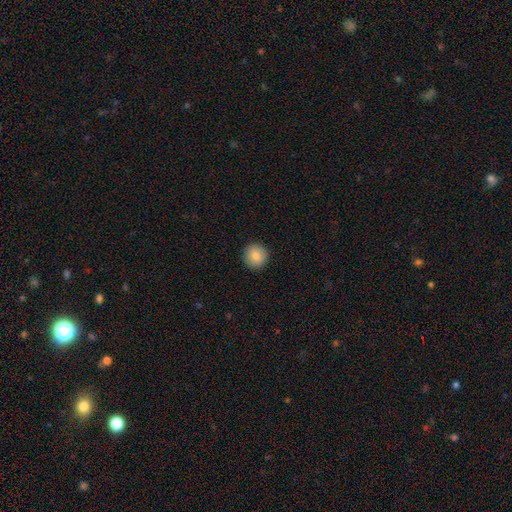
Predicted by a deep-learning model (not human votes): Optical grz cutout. It shows a smooth galaxy with no disk features (85%) that is round (94%). Merging: none (93%).